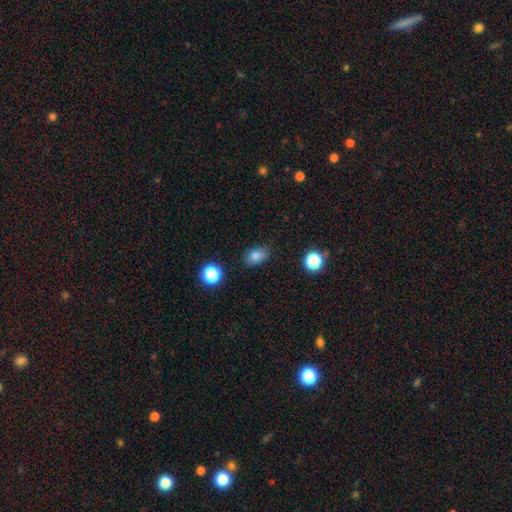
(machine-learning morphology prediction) smooth_or_featured: smooth (p=0.82) [alt: star or artifact p=0.12]
how_rounded: in between (p=0.78) [alt: round p=0.20]
merging: none (p=0.75) [alt: minor disturbance p=0.19]